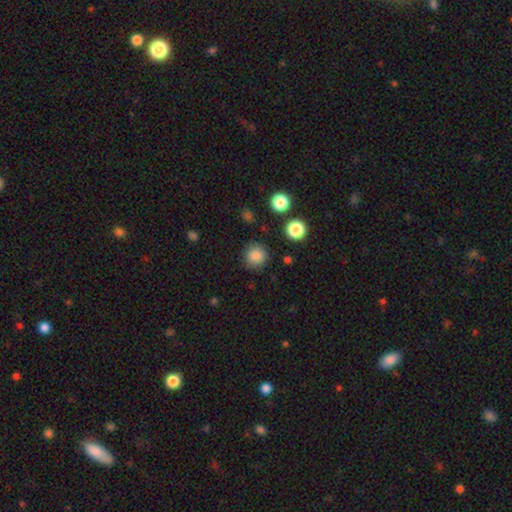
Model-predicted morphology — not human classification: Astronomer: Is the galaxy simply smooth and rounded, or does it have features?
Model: smooth — 85%.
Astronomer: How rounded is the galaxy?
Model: round — 92%.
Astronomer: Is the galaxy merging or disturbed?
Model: none — 87%.